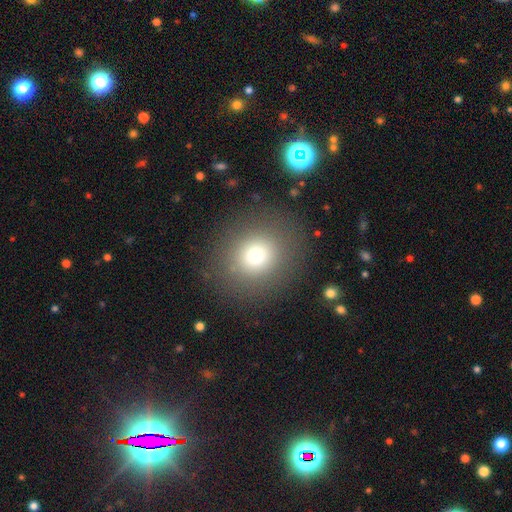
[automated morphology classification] A smooth galaxy with no disk features (72%) that is round (86%). Merging: none (86%).